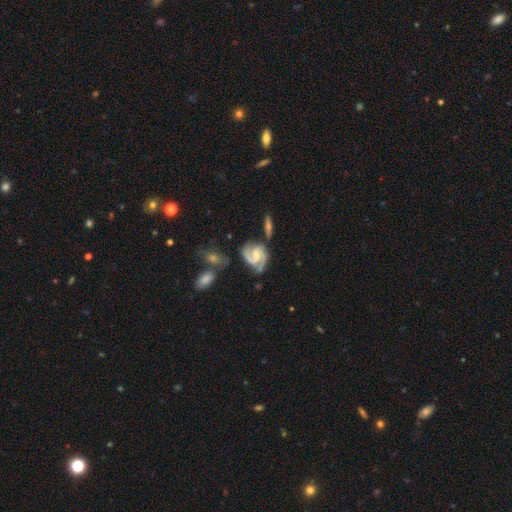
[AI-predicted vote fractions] Smooth or featured? Predicted: featured or disk (p=0.88). Edge-on disk? Predicted: no (p=0.98). Bar? Predicted: weak (p=0.45). Spiral arms? Predicted: yes (p=0.97). Spiral winding? Predicted: medium (p=0.51). Spiral arm count? Predicted: 2 (p=0.84). Bulge size? Predicted: small (p=0.50). Merging? Predicted: none (p=0.56).